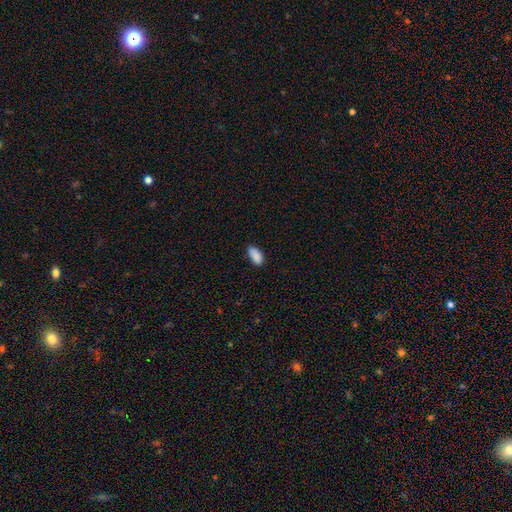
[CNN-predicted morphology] Smooth or featured: smooth — 89% (star or artifact — 8%)
How rounded: in between — 92% (cigar-shaped — 5%)
Merging: none — 76% (minor disturbance — 19%)